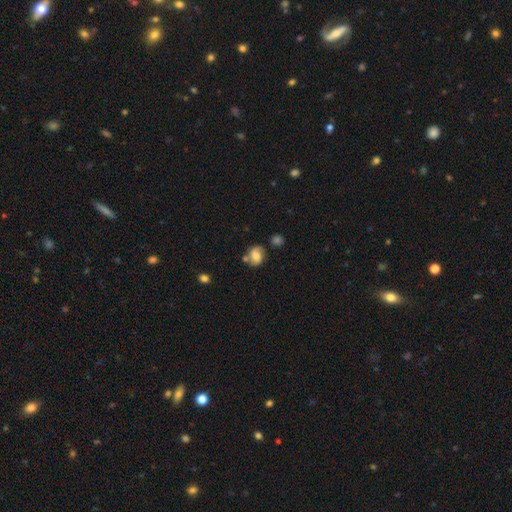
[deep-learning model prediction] A smooth galaxy with no disk features (54%) that is in between round and cigar-shaped (54%). Merging: none (57%).